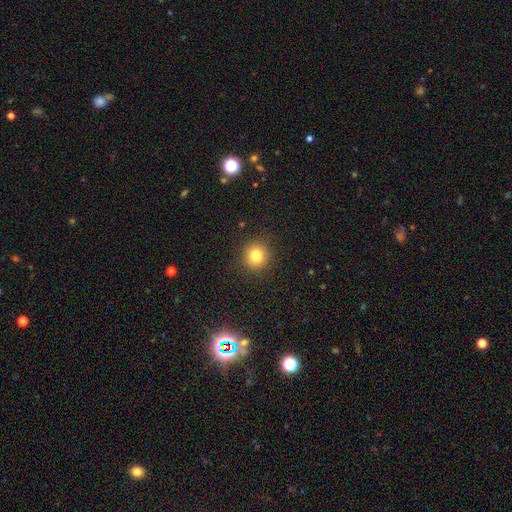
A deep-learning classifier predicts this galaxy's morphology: The model was most divided on "smooth or featured": smooth: 80%, star or artifact: 12%, featured or disk: 7%. More confident: how rounded — round (92%); merging — none (90%).